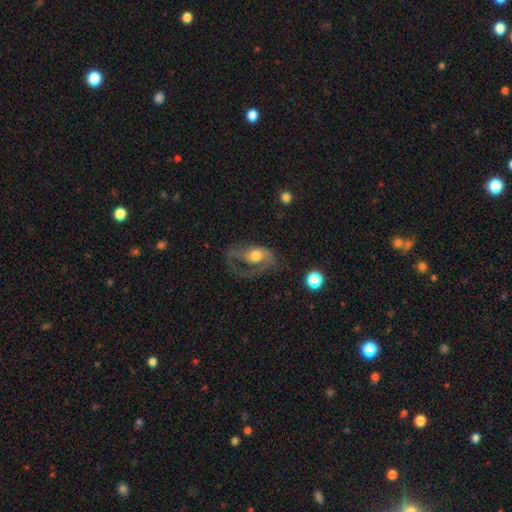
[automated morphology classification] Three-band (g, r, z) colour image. It shows a featured or disk galaxy (67%) with no bar (72%), spiral arms (78%) and a moderate central bulge (61%). Merging: major disturbance (49%).